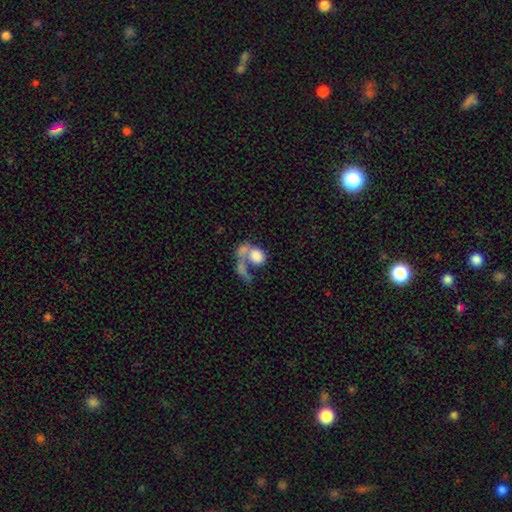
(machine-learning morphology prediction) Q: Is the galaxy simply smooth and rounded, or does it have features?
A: smooth — 60%.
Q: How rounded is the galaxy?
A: round — 56%.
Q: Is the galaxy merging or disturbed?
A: merger — 46%.